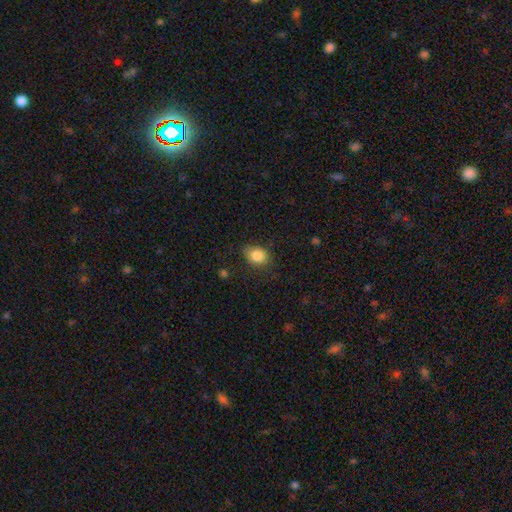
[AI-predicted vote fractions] Smooth or featured? smooth (85%)
How rounded? round (52%)
Merging? none (72%)